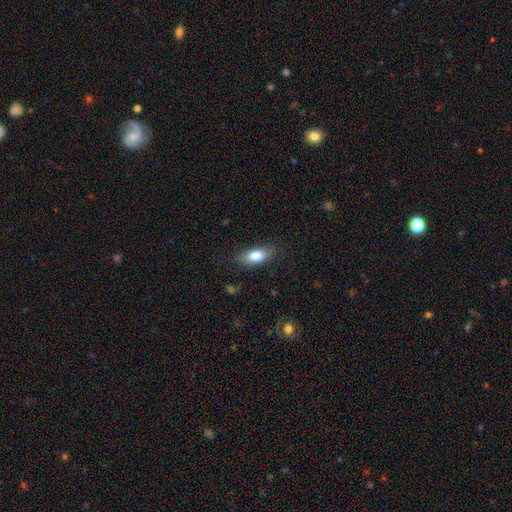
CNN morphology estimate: A smooth galaxy with no disk features (81%) that is in between round and cigar-shaped (80%). Merging: none (79%).